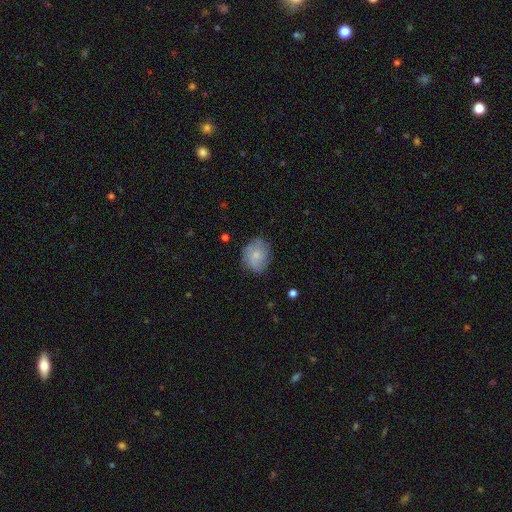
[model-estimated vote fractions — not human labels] Overall: smooth (67%). How rounded: round (57%; in between 42%). Merging: none (71%).